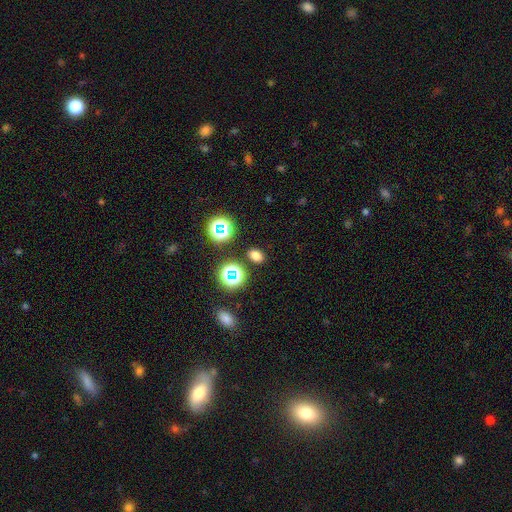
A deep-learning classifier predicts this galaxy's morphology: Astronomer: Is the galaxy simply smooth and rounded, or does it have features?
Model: smooth — 71%.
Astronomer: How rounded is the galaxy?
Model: in between — 71%.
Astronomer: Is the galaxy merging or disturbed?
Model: none — 86%.